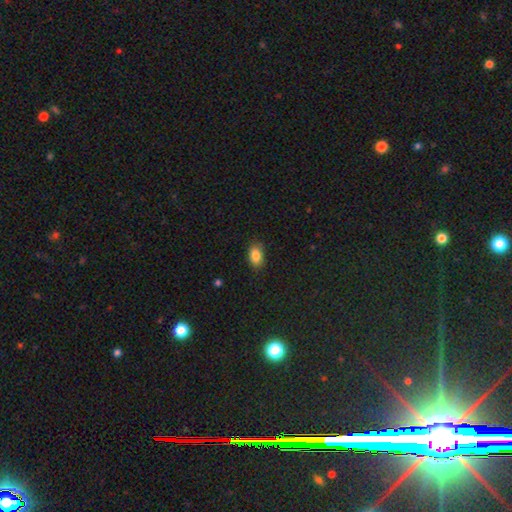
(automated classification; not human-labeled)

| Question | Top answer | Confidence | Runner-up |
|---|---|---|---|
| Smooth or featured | smooth | 86% | star or artifact (9%) |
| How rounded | in between | 87% | round (12%) |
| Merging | none | 84% | minor disturbance (12%) |